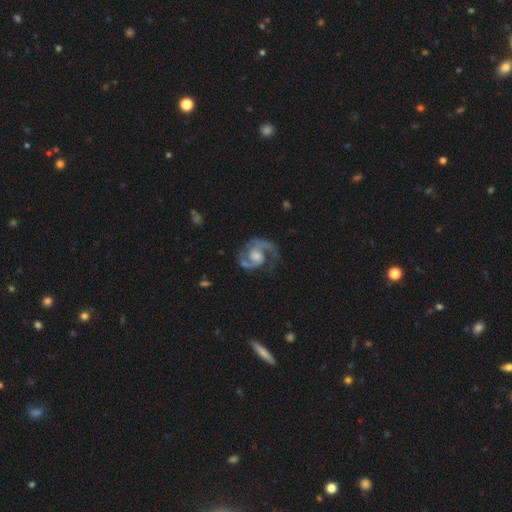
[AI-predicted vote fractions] This is clearly a featured or disk galaxy (91%). It is clearly not viewed edge-on (98%). Bar: possibly no (58%). Spiral arm pattern: clearly yes (98%). Spiral arm count: clearly 2 (89%). Spiral winding: possibly medium (58%). Central bulge: marginally moderate (43%). Merging: likely none (73%).